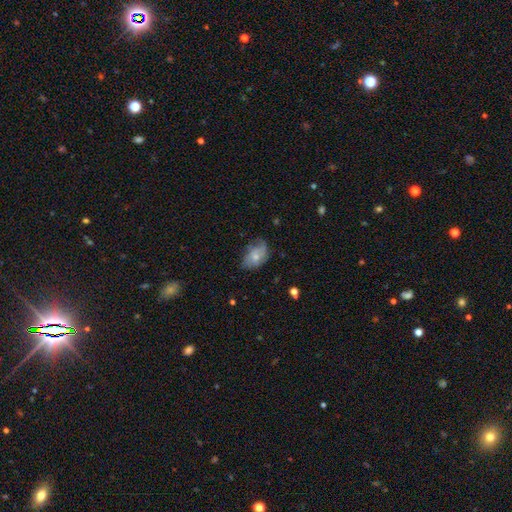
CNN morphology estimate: smooth_or_featured: smooth (p=0.65) [alt: featured or disk p=0.27]
how_rounded: in between (p=0.86) [alt: round p=0.12]
merging: none (p=0.51) [alt: minor disturbance p=0.34]